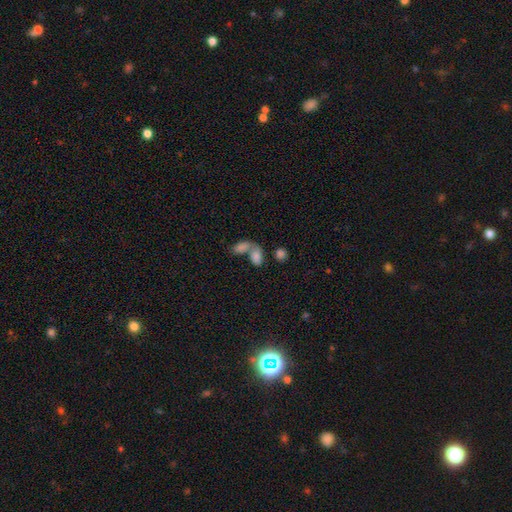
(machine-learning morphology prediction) smooth_or_featured: smooth (p=0.75) [alt: featured or disk p=0.13]
how_rounded: in between (p=0.84) [alt: round p=0.13]
merging: merger (p=0.62) [alt: none p=0.25]